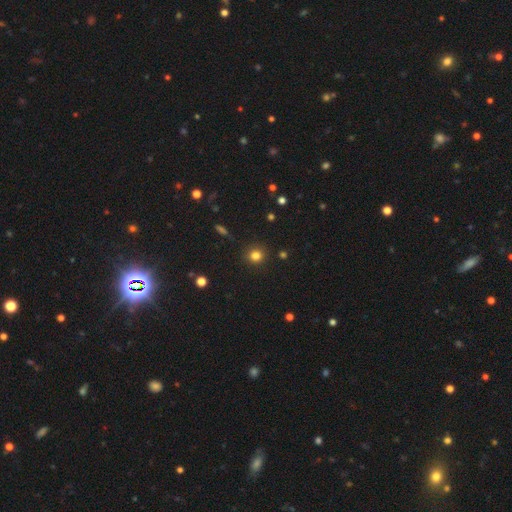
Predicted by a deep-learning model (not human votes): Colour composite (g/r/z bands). It shows a smooth galaxy with no disk features (81%) that is round (89%). Merging: none (90%).